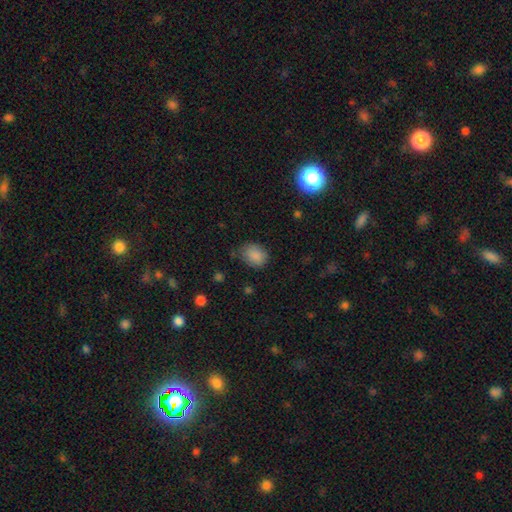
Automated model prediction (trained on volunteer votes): smooth_or_featured: smooth (p=0.86) [alt: star or artifact p=0.09]
how_rounded: in between (p=0.57) [alt: round p=0.42]
merging: none (p=0.70) [alt: minor disturbance p=0.22]